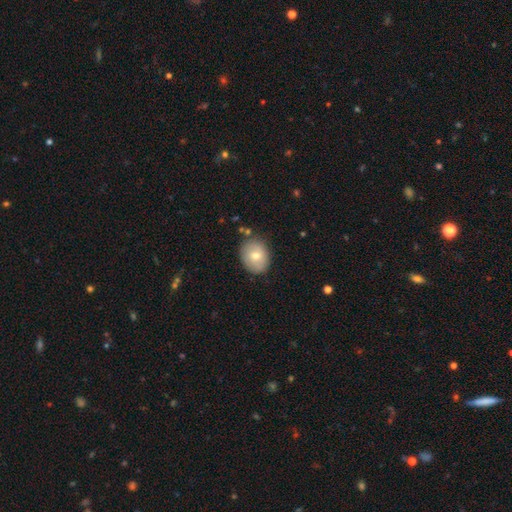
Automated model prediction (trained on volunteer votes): Smooth or featured: smooth — 69% (featured or disk — 24%)
How rounded: round — 51% (in between — 48%)
Merging: none — 81% (minor disturbance — 13%)